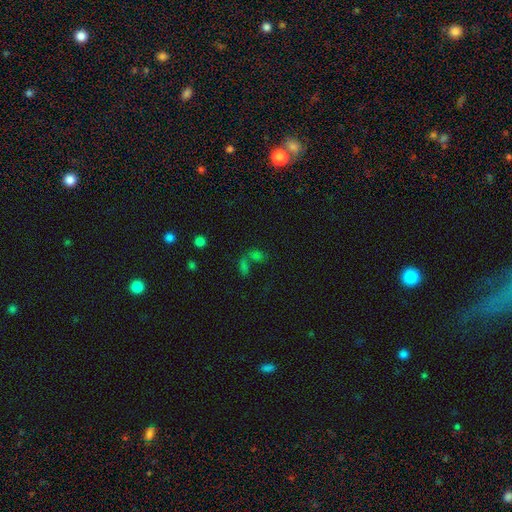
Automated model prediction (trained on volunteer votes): This appears to be a smooth galaxy with no disk features (60%) that is in between round and cigar-shaped (70%). Merging: merger (54%).